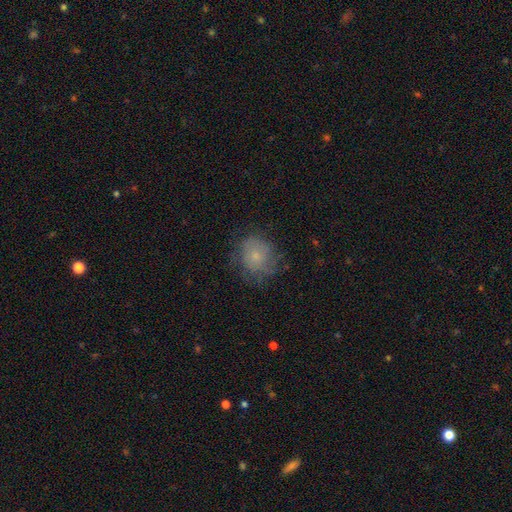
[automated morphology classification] This appears to be a smooth galaxy with no disk features (60%) that is round (80%). Merging: none (64%).